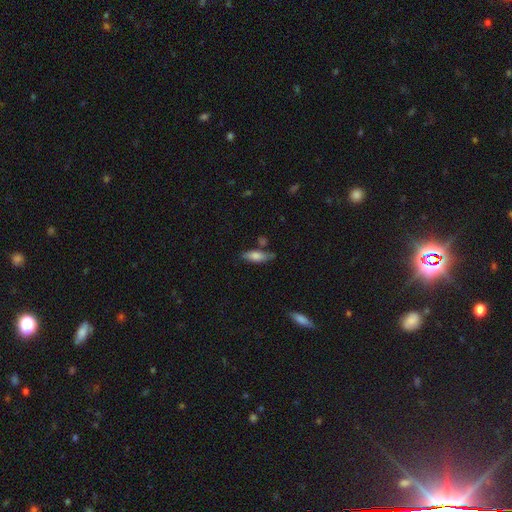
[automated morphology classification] Q: Smooth or featured?
A: smooth (72%); runner-up: featured or disk (21%)
Q: How rounded?
A: in between (55%); runner-up: cigar-shaped (42%)
Q: Merging?
A: none (64%); runner-up: minor disturbance (22%)